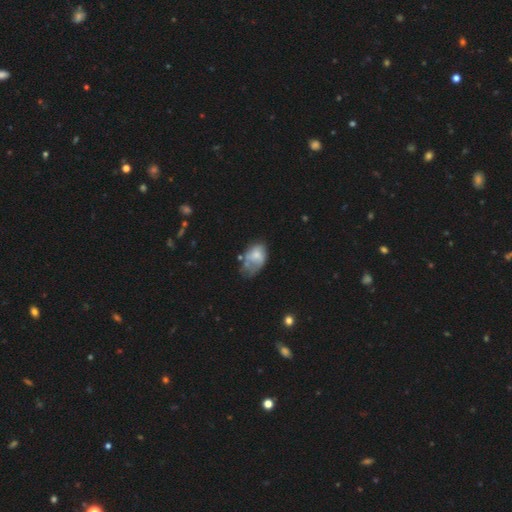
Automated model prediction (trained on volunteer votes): Smooth or featured?
  - smooth: 57% *
  - featured or disk: 34%
  - star or artifact: 8%
How rounded?
  - in between: 84% *
  - round: 14%
  - cigar-shaped: 1%
Merging?
  - minor disturbance: 35% *
  - major disturbance: 28%
  - none: 27%
  - merger: 10%